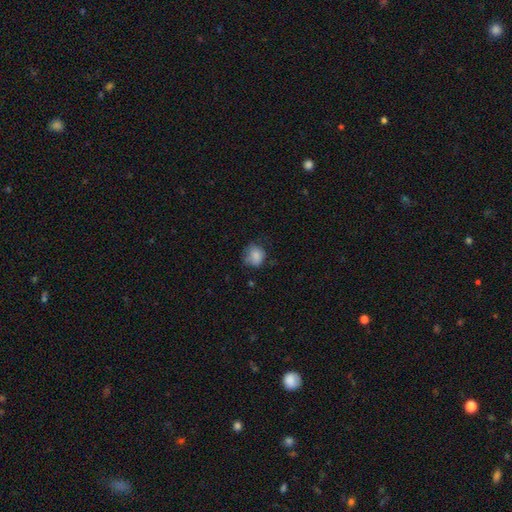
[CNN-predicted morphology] A smooth galaxy with no disk features (81%) that is round (72%).

Vote fractions:
- Smooth or featured? smooth: 81% / featured or disk: 10% / star or artifact: 9%
- How rounded? round: 72% / in between: 27% / cigar-shaped: 1%
- Merging? none: 56% / minor disturbance: 29% / major disturbance: 13% / merger: 2%